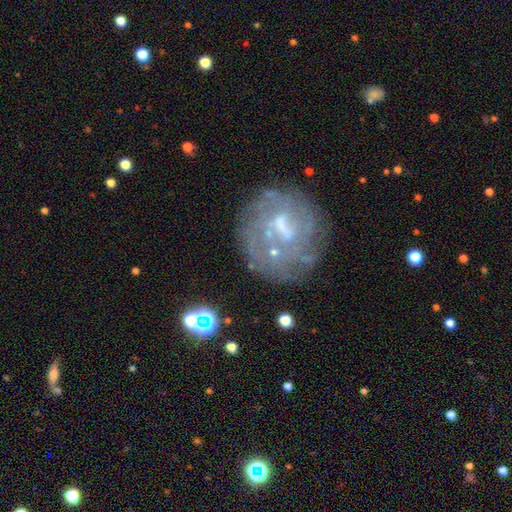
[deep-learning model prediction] featured or disk 65%, smooth 22%, star or artifact 13%. Down the decision tree: edge-on disk — no (97%); bar — weak (47%); spiral arms — yes (54%); bulge size — moderate (35%, tied with small); merging — none (65%).